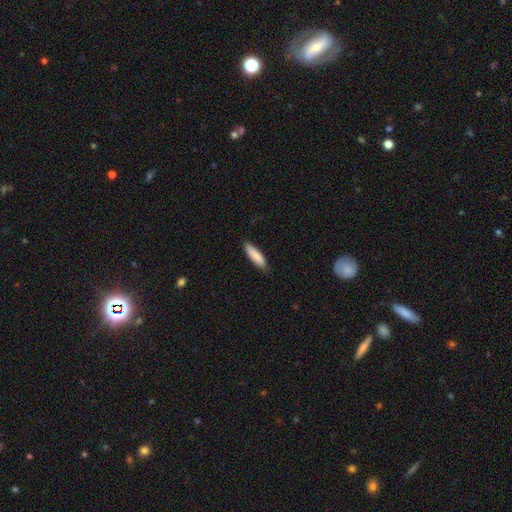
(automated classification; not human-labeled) Q: Smooth or featured?
A: smooth (87%); runner-up: featured or disk (8%)
Q: How rounded?
A: cigar-shaped (69%); runner-up: in between (29%)
Q: Merging?
A: none (84%); runner-up: minor disturbance (13%)